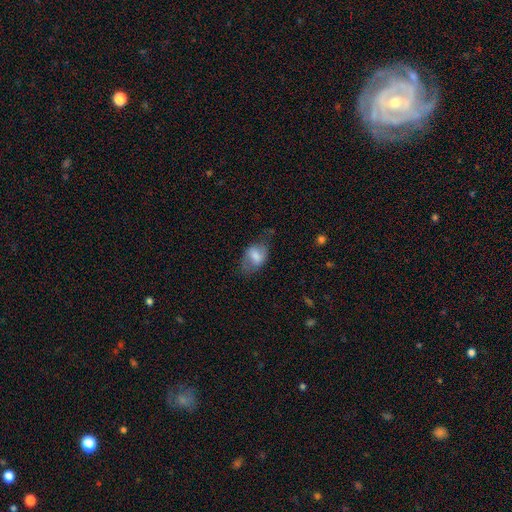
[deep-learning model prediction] Smooth or featured: smooth — 63% (featured or disk — 30%)
How rounded: in between — 84% (round — 14%)
Merging: none — 52% (minor disturbance — 28%)